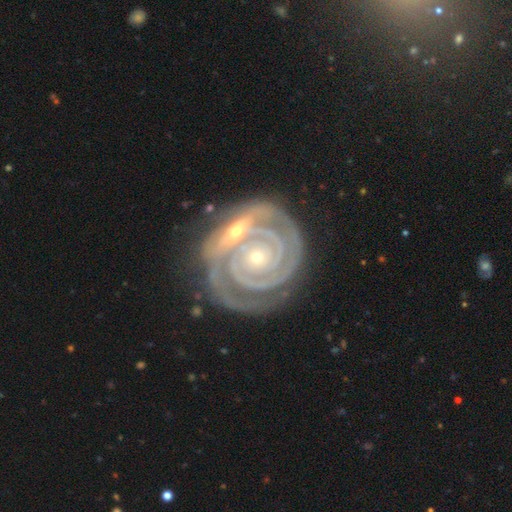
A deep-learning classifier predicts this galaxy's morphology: smooth-or-featured: featured or disk: 91% | star or artifact: 5% | smooth: 4%
  disk-edge-on: no: 97% | yes: 3%
    bar: no: 75% | weak: 15% | strong: 10%
    has-spiral-arms: yes: 98% | no: 2%
      spiral-winding: tight: 87% | medium: 11% | loose: 2%
      spiral-arm-count: 2: 57% | 3: 18% | can't tell: 11% | 4: 5% | 1: 4% | more than 4: 4%
    bulge-size: small: 78% | moderate: 19% | large: 1% | none: 1% | dominant: 1%
  merging: none: 48% | merger: 34% | minor disturbance: 13% | major disturbance: 6%